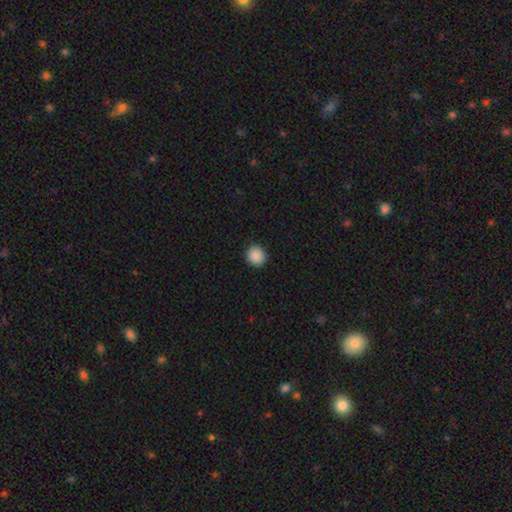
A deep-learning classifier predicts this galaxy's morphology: Smooth or featured?
  - smooth: 89% *
  - star or artifact: 8%
  - featured or disk: 2%
How rounded?
  - round: 88% *
  - in between: 11%
  - cigar-shaped: 1%
Merging?
  - none: 92% *
  - minor disturbance: 6%
  - major disturbance: 2%
  - merger: 1%